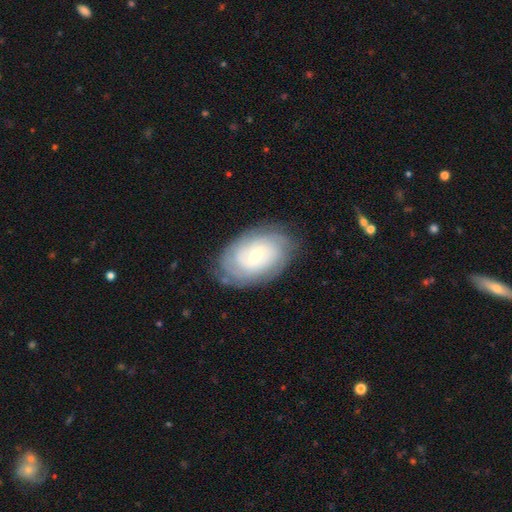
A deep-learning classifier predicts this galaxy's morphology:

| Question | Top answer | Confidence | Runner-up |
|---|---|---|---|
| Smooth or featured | featured or disk | 81% | smooth (13%) |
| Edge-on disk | no | 96% | yes (4%) |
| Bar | weak | 52% | no (31%) |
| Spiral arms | yes | 93% | no (7%) |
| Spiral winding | tight | 77% | medium (19%) |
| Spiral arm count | can't tell | 44% | 2 (19%) |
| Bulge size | small | 49% | moderate (47%) |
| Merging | none | 81% | minor disturbance (14%) |